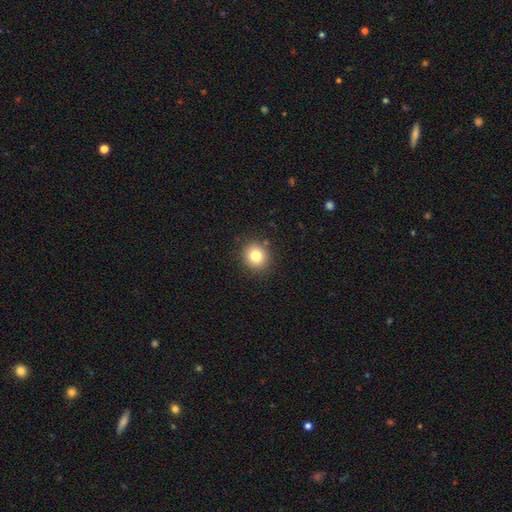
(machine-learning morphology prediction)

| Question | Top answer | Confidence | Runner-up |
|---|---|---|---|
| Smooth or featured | smooth | 80% | star or artifact (11%) |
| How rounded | round | 87% | in between (12%) |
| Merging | none | 89% | minor disturbance (7%) |